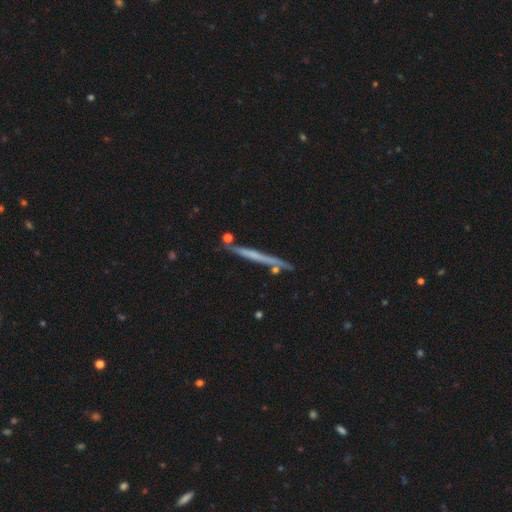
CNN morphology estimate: smooth-or-featured: featured or disk: 54% | smooth: 39% | star or artifact: 7%
  disk-edge-on: yes: 95% | no: 5%
    edge-on-bulge: none: 85% | rounded: 10% | boxy: 5%
  merging: none: 82% | minor disturbance: 11% | merger: 5% | major disturbance: 2%